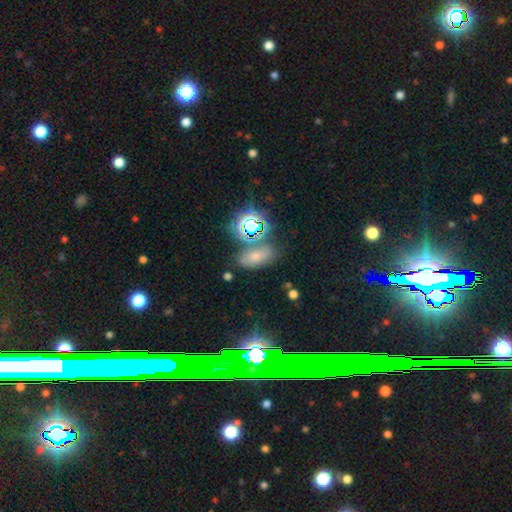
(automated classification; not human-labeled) A smooth galaxy with no disk features (53%) that is in between round and cigar-shaped (82%).

Vote fractions:
- Smooth or featured? smooth: 53% / star or artifact: 33% / featured or disk: 15%
- How rounded? in between: 82% / round: 12% / cigar-shaped: 7%
- Merging? none: 64% / minor disturbance: 16% / merger: 13% / major disturbance: 7%